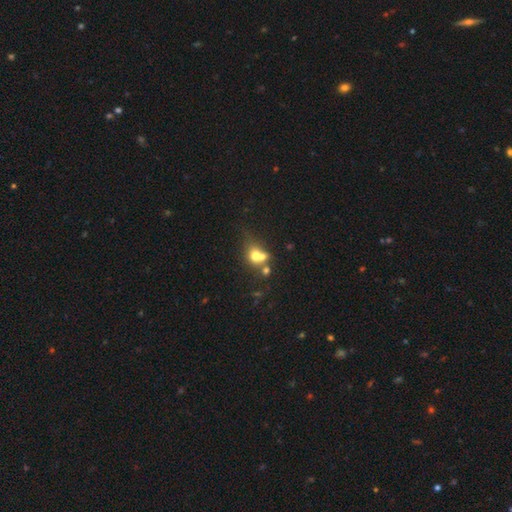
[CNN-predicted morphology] smooth_or_featured: smooth (p=0.64) [alt: featured or disk p=0.22]
how_rounded: round (p=0.65) [alt: in between p=0.33]
merging: merger (p=0.55) [alt: none p=0.28]